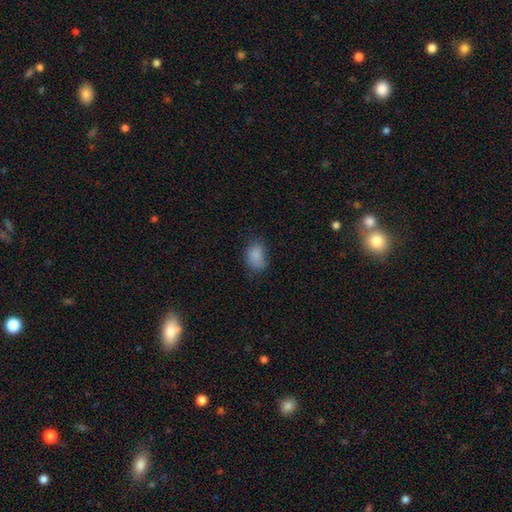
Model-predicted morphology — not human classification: Q: Smooth or featured?
A: smooth (83%); runner-up: star or artifact (10%)
Q: How rounded?
A: in between (74%); runner-up: round (25%)
Q: Merging?
A: none (59%); runner-up: minor disturbance (28%)